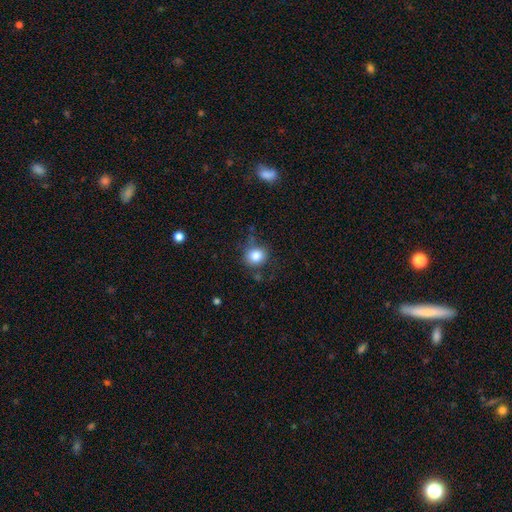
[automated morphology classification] Smooth or featured?
  - smooth: 82% *
  - star or artifact: 11%
  - featured or disk: 7%
How rounded?
  - round: 81% *
  - in between: 18%
  - cigar-shaped: 1%
Merging?
  - none: 70% *
  - minor disturbance: 20%
  - major disturbance: 6%
  - merger: 4%